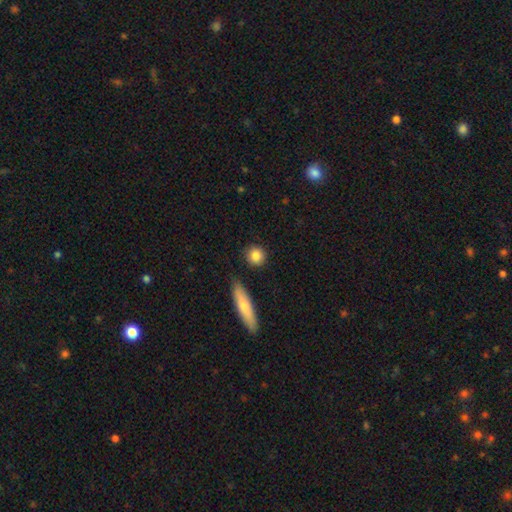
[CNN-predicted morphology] Smooth or featured: smooth — 83% (featured or disk — 9%)
How rounded: round — 86% (in between — 11%)
Merging: none — 87% (minor disturbance — 8%)